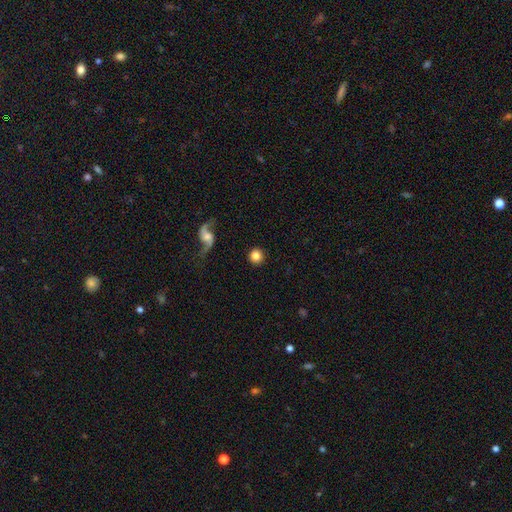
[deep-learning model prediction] smooth 79%, featured or disk 13%, star or artifact 8%. Down the decision tree: how rounded — round (95%); merging — none (91%).